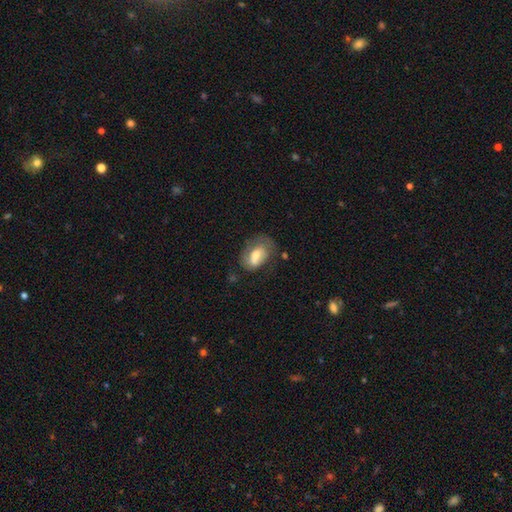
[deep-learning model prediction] Smooth or featured? Predicted: smooth (p=0.58). How rounded? Predicted: in between (p=0.86). Merging? Predicted: none (p=0.42).